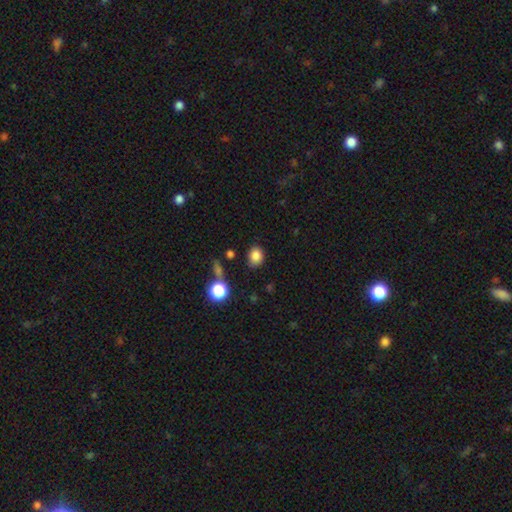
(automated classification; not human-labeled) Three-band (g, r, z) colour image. It shows a smooth galaxy with no disk features (83%) that is round (56%). Merging: none (77%).